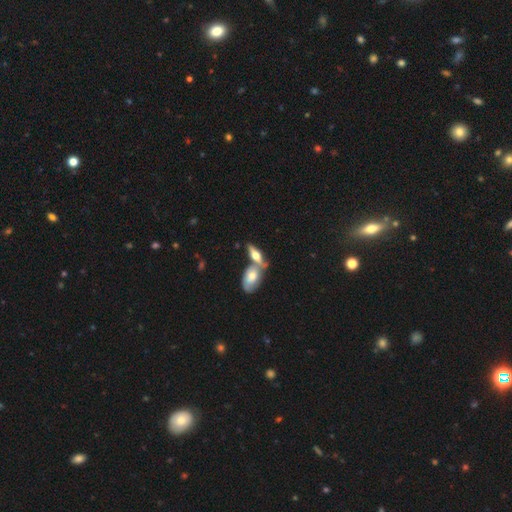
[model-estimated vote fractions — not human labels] This appears to be a smooth galaxy with no disk features (48%). Merging: merger (49%).